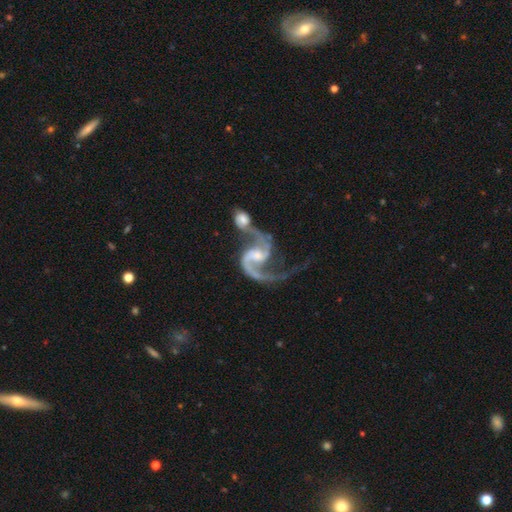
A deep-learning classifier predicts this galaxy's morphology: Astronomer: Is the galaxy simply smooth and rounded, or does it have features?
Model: featured or disk — 93%.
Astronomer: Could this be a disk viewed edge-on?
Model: no — 98%.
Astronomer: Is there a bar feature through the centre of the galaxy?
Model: weak — 47% (runner-up: no, 33%).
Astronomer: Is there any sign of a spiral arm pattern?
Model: yes — 98%.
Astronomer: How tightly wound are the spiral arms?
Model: loose — 46% (runner-up: medium, 45%).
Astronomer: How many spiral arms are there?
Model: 2 — 90%.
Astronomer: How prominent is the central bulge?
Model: small — 44% (runner-up: moderate, 40%).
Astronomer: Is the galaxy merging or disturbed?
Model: merger — 52%.